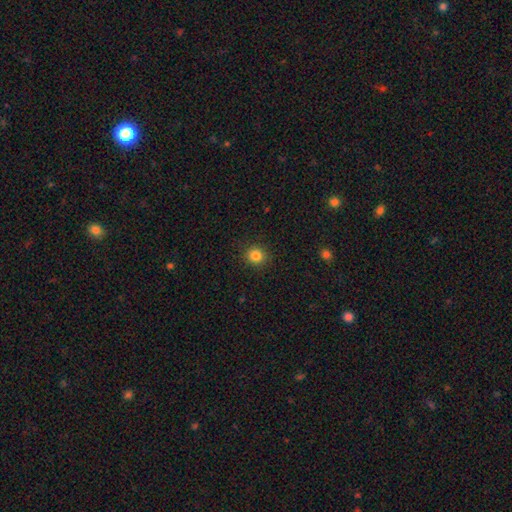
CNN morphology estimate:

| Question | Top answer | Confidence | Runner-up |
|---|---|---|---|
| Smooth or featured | smooth | 84% | star or artifact (12%) |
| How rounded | round | 89% | in between (10%) |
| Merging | none | 90% | minor disturbance (6%) |